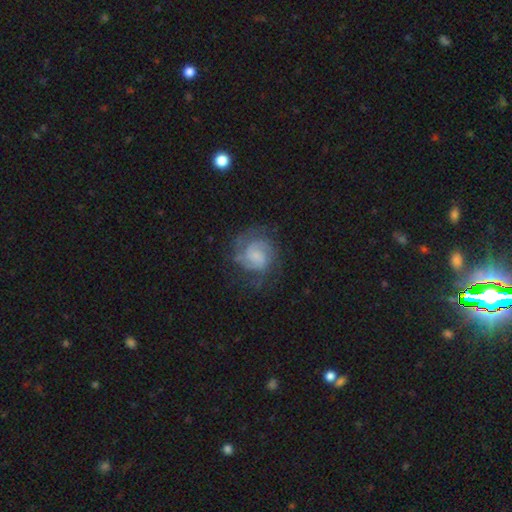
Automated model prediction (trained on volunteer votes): The model was most divided on "spiral winding": tight: 46%, medium: 41%, loose: 13%. Remaining: edge-on disk — no (98%); spiral arms — yes (92%); smooth or featured — featured or disk (74%); merging — none (64%); bar — no (57%); bulge size — small (52%); spiral arm count — 2 (46%).